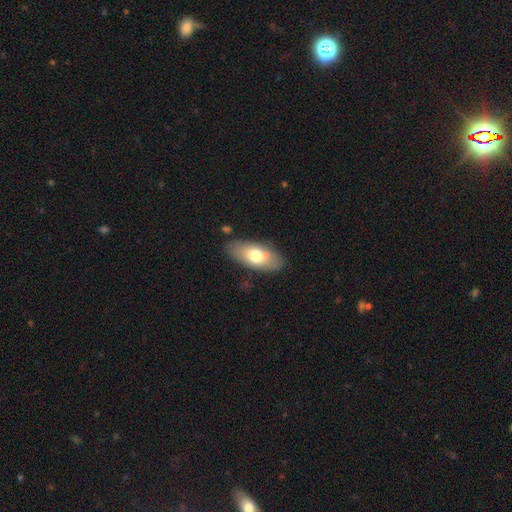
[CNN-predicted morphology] Overall: smooth (68%). How rounded: in between (87%). Merging: none (81%).